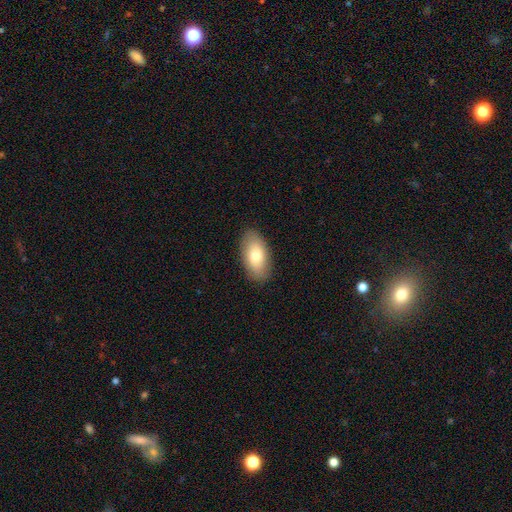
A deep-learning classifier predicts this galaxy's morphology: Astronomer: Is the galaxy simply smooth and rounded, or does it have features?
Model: smooth — 75%.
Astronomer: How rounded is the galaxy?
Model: in between — 93%.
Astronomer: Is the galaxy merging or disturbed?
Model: none — 88%.